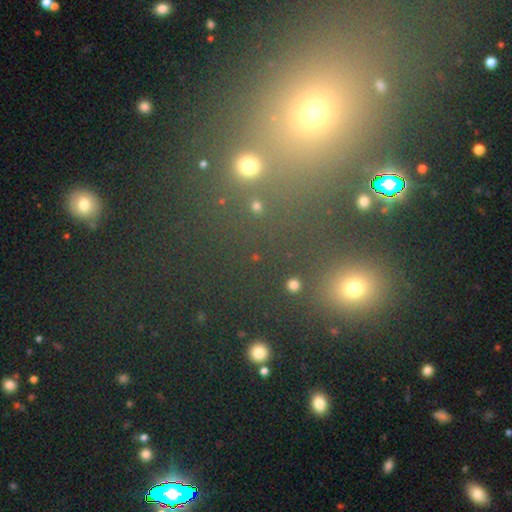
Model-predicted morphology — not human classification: This is possibly a star or artifact rather than a galaxy (46%).